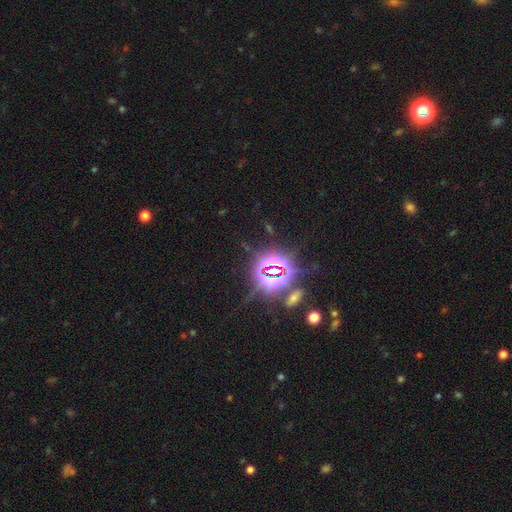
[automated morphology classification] This appears to be a star or artifact, not a galaxy (84%).